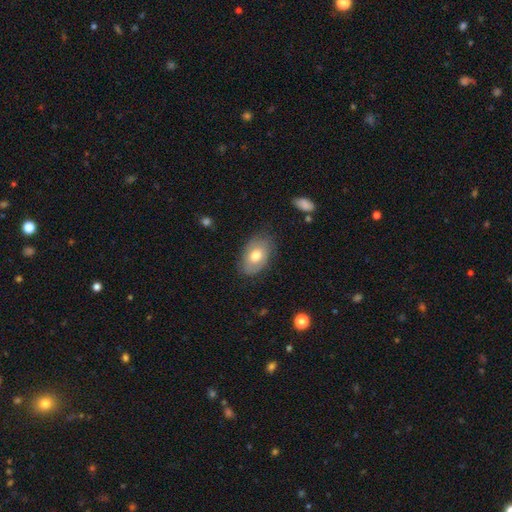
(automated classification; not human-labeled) smooth_or_featured: smooth (p=0.61) [alt: featured or disk p=0.32]
how_rounded: in between (p=0.90) [alt: round p=0.09]
merging: none (p=0.75) [alt: minor disturbance p=0.18]